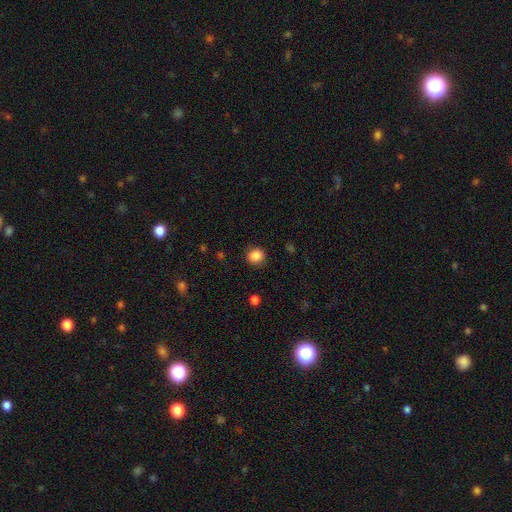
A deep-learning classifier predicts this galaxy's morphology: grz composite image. It shows a smooth galaxy with no disk features (87%) that is round (83%). Merging: none (87%).